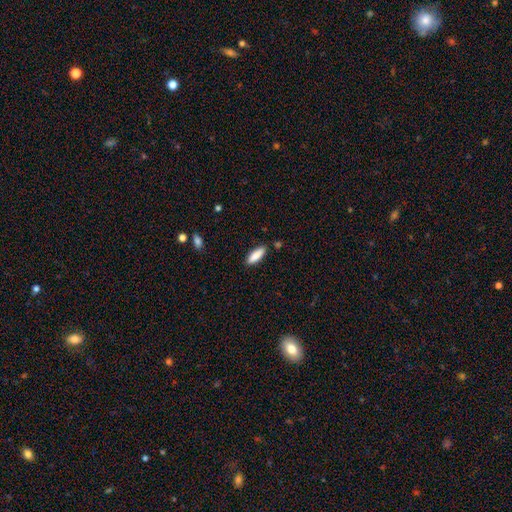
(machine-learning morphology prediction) A smooth galaxy with no disk features (86%) that is in between round and cigar-shaped (55%). Merging: none (85%).